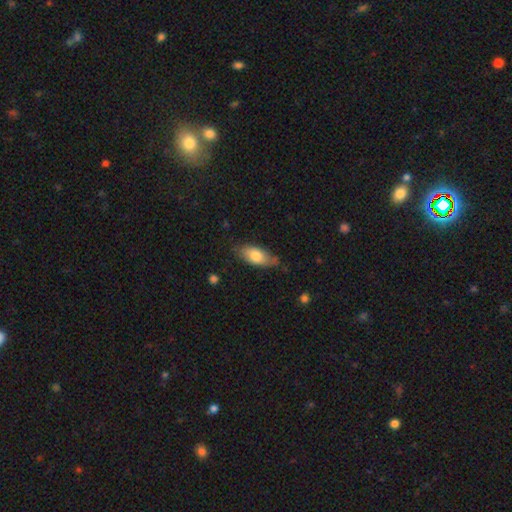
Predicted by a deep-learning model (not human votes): smooth_or_featured: smooth (p=0.77) [alt: featured or disk p=0.17]
how_rounded: in between (p=0.86) [alt: cigar-shaped p=0.12]
merging: none (p=0.67) [alt: minor disturbance p=0.26]